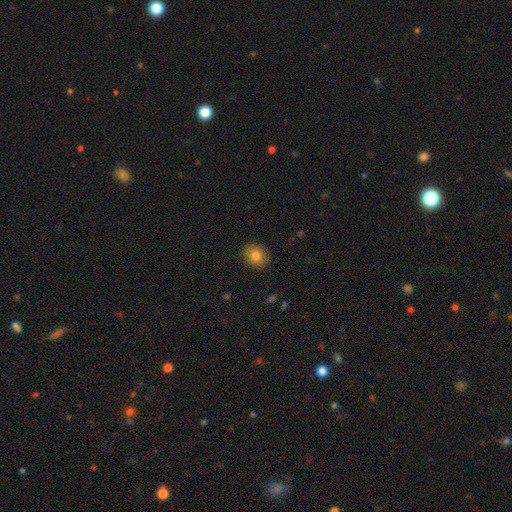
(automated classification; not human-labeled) This is clearly a smooth galaxy (81%). How rounded: likely round (71%). Merging: clearly none (87%).